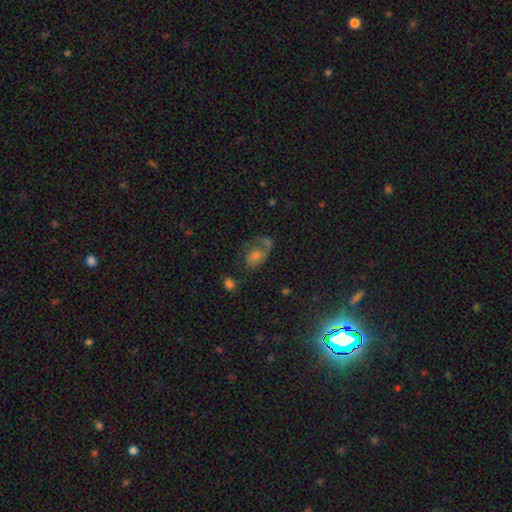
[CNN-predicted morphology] smooth_or_featured: featured or disk (p=0.41) [alt: smooth p=0.34]
merging: none (p=0.41) [alt: major disturbance p=0.27]